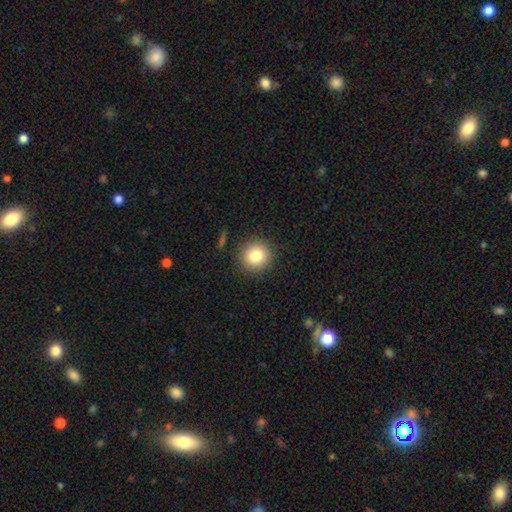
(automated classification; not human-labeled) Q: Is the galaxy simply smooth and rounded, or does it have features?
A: smooth — 82%.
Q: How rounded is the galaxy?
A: round — 92%.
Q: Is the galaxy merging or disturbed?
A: none — 89%.